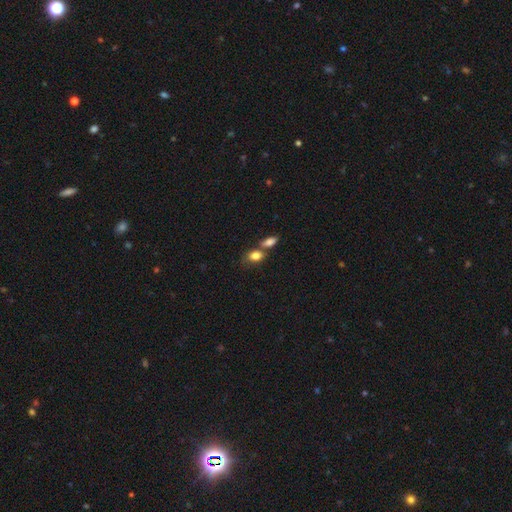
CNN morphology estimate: A smooth galaxy with no disk features (83%) that is in between round and cigar-shaped (77%). Merging: merger (44%).